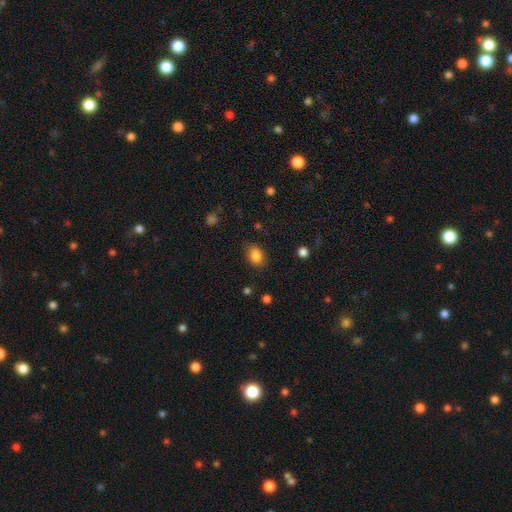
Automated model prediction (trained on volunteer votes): Smooth or featured?
  - smooth: 85% *
  - star or artifact: 9%
  - featured or disk: 6%
How rounded?
  - in between: 71% *
  - round: 28%
  - cigar-shaped: 1%
Merging?
  - none: 81% *
  - minor disturbance: 14%
  - major disturbance: 4%
  - merger: 1%